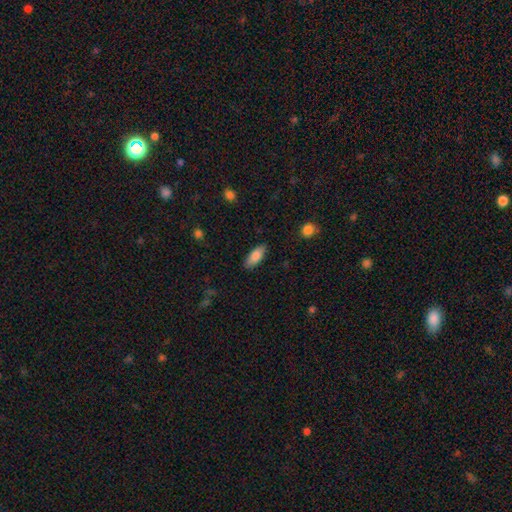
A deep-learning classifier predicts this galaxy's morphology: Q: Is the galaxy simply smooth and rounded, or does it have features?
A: smooth — 84%.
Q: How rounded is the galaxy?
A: in between — 80%.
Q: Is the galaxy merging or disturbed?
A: none — 85%.